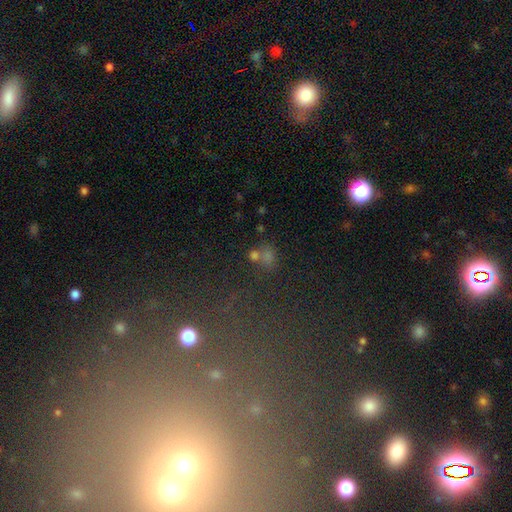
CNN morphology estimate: This appears to be a smooth galaxy with no disk features (51%) that is round (63%). Merging: none (52%).